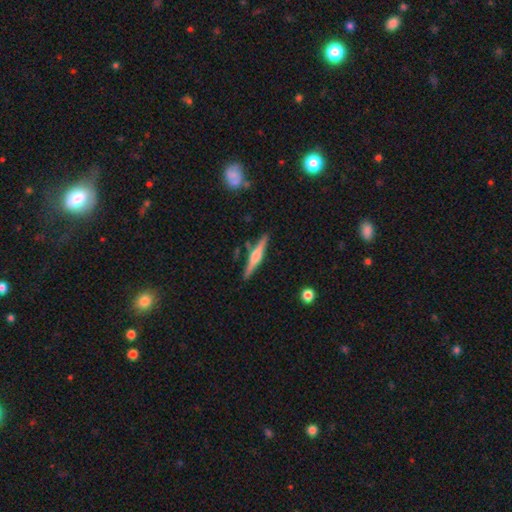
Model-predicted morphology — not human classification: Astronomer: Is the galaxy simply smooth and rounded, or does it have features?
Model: featured or disk — 65%.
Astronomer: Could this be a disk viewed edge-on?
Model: yes — 98%.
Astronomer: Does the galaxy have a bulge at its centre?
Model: rounded — 80%.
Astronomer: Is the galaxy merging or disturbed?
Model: none — 85%.